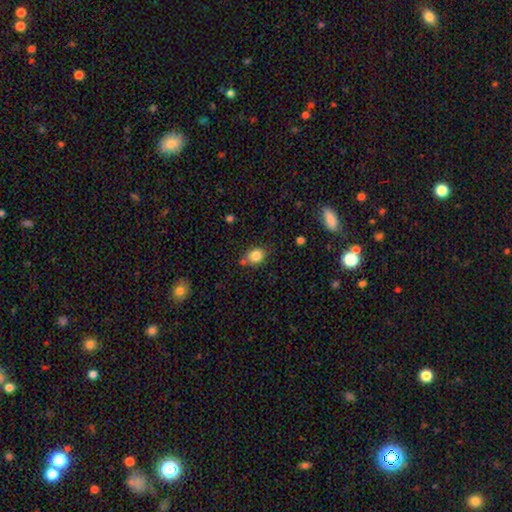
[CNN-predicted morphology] A smooth galaxy with no disk features (83%) that is in between round and cigar-shaped (50%). Merging: none (67%).